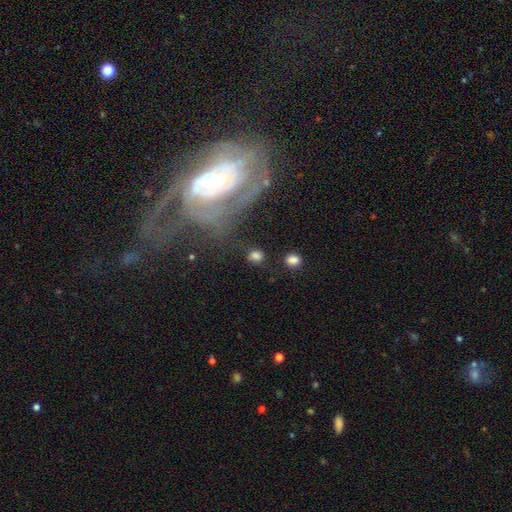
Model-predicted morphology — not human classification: The model was most divided on "how rounded": round: 66%, in between: 32%, cigar-shaped: 2%. More confident: smooth or featured — smooth (77%); merging — none (73%).